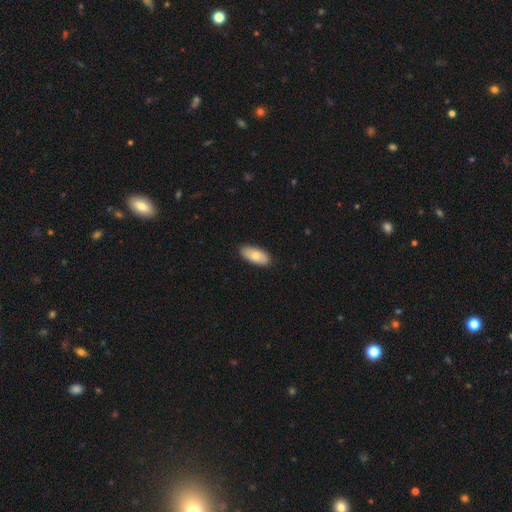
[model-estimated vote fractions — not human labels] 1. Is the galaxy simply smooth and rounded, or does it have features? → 79% smooth, 16% featured or disk, 6% star or artifact.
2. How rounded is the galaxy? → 90% in between, 8% cigar-shaped, 2% round.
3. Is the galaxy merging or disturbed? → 87% none, 10% minor disturbance, 2% major disturbance, 1% merger.